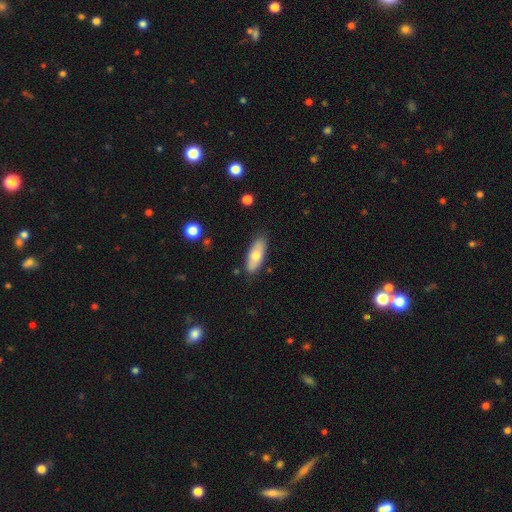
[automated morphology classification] Smooth or featured? Predicted: smooth (p=0.71). How rounded? Predicted: in between (p=0.73). Merging? Predicted: none (p=0.83).